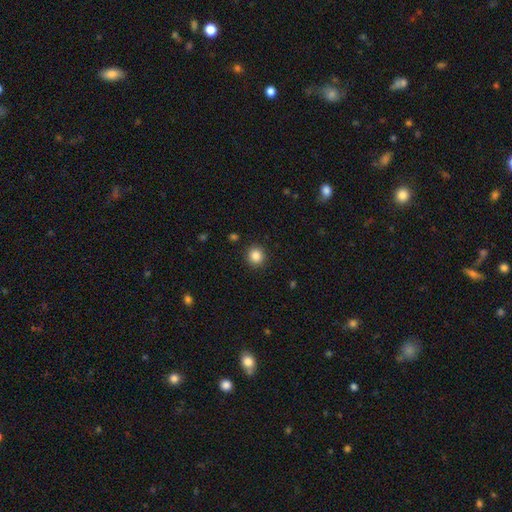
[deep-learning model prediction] Morphology: type=smooth (86%); roundness=round (91%); merging=none (91%).